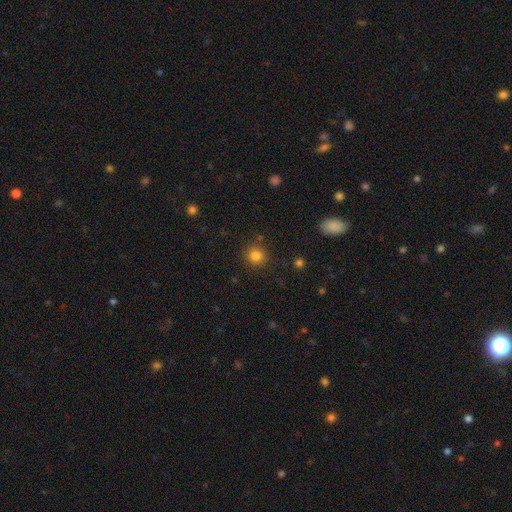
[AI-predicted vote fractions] This appears to be a smooth galaxy with no disk features (83%) that is round (92%). Merging: none (87%).